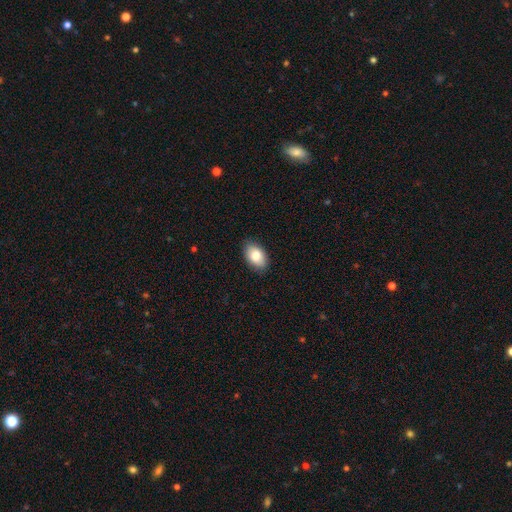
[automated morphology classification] This is clearly a smooth galaxy (83%). How rounded: clearly in between (90%). Merging: clearly none (86%).